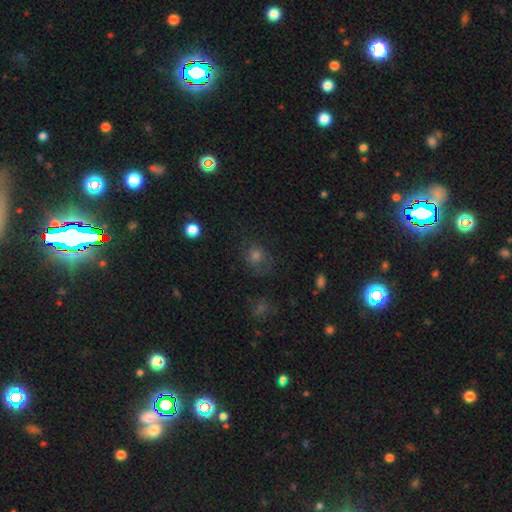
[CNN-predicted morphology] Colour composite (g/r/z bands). It shows a smooth galaxy with no disk features (58%) that is round (75%). Merging: none (65%).